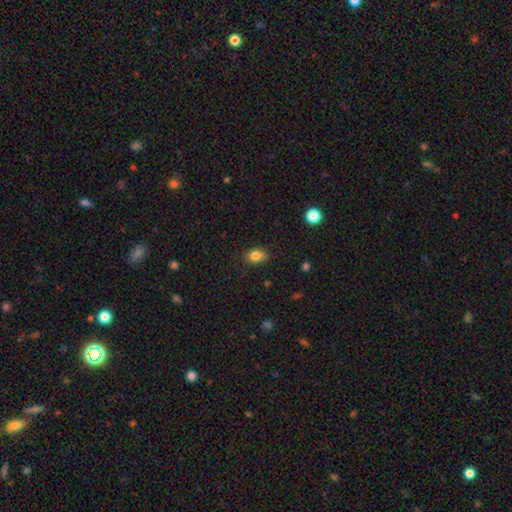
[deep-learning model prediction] A smooth galaxy with no disk features (82%) that is in between round and cigar-shaped (69%).

Vote fractions:
- Smooth or featured? smooth: 82% / star or artifact: 11% / featured or disk: 7%
- How rounded? in between: 69% / round: 30% / cigar-shaped: 2%
- Merging? none: 74% / minor disturbance: 21% / major disturbance: 4% / merger: 2%